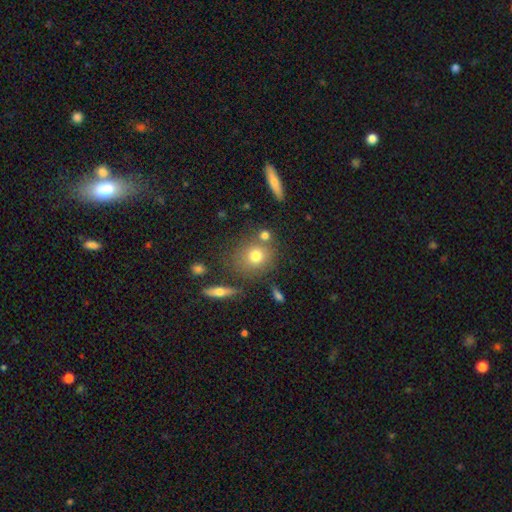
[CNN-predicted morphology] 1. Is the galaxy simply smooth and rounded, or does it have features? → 72% smooth, 14% featured or disk, 14% star or artifact.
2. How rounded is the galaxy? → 80% round, 18% in between, 2% cigar-shaped.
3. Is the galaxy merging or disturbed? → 69% none, 14% merger, 12% minor disturbance, 5% major disturbance.